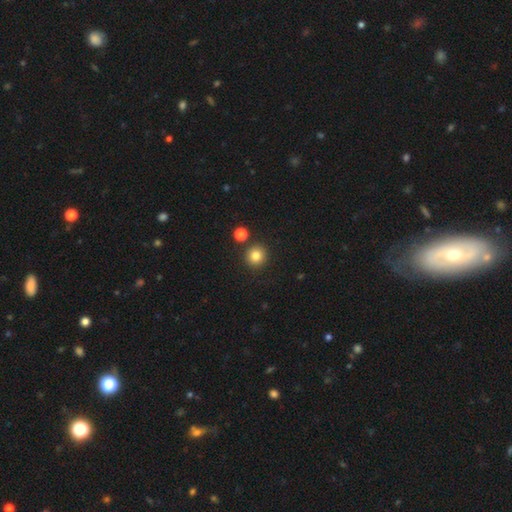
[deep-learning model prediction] smooth 83%, star or artifact 12%, featured or disk 5%. Down the decision tree: how rounded — round (92%); merging — none (86%).